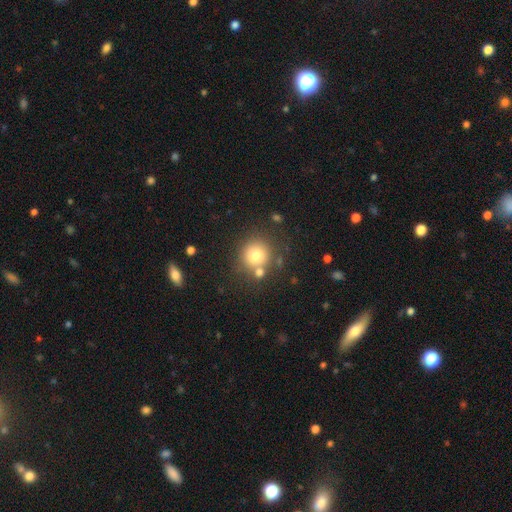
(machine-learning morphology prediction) Overall: smooth (76%). How rounded: round (91%). Merging: none (71%).